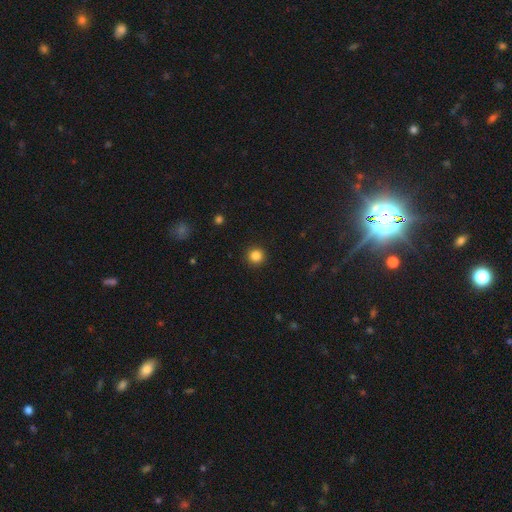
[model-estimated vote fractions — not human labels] Smooth or featured?
  - smooth: 84% *
  - star or artifact: 12%
  - featured or disk: 4%
How rounded?
  - round: 95% *
  - in between: 4%
  - cigar-shaped: 1%
Merging?
  - none: 93% *
  - minor disturbance: 4%
  - major disturbance: 2%
  - merger: 1%